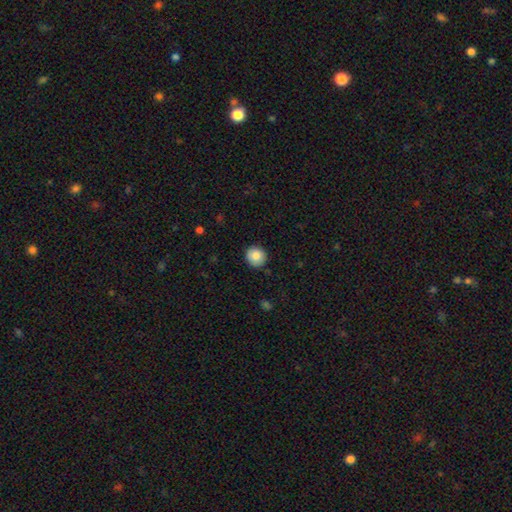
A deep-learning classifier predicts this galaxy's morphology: This appears to be a smooth galaxy with no disk features (83%) that is round (91%). Merging: none (90%).